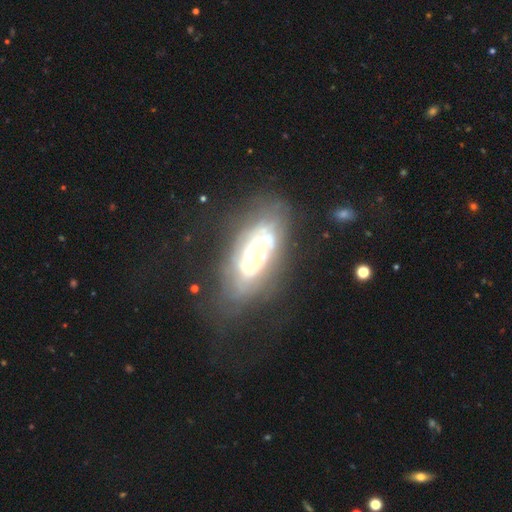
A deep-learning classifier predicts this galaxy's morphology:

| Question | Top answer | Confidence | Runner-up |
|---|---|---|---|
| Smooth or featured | featured or disk | 72% | smooth (20%) |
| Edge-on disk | no | 90% | yes (10%) |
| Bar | no | 71% | weak (21%) |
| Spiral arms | yes | 73% | no (27%) |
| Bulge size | moderate | 52% | small (23%) |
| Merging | none | 59% | minor disturbance (23%) |